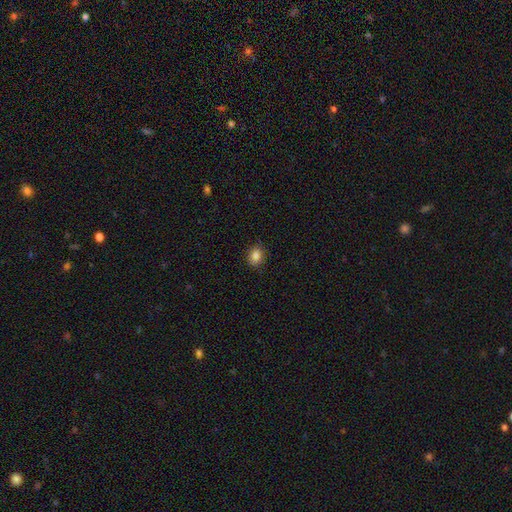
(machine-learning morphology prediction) A smooth galaxy with no disk features (85%) that is in between round and cigar-shaped (51%). Merging: none (88%).